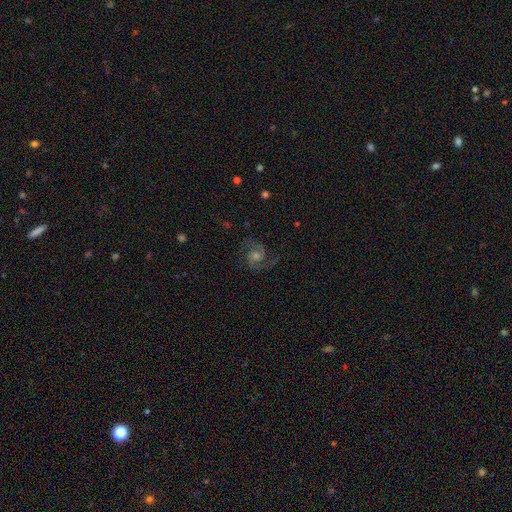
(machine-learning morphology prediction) smooth-or-featured: featured or disk: 86% | star or artifact: 8% | smooth: 6%
  disk-edge-on: no: 98% | yes: 2%
    bar: no: 58% | weak: 35% | strong: 7%
    has-spiral-arms: yes: 98% | no: 2%
      spiral-winding: medium: 59% | tight: 22% | loose: 19%
      spiral-arm-count: 2: 90% | can't tell: 3% | 3: 3% | 1: 2% | 4: 1% | more than 4: 1%
    bulge-size: moderate: 51% | small: 36% | large: 6% | none: 5% | dominant: 1%
  merging: none: 79% | minor disturbance: 13% | major disturbance: 7% | merger: 1%